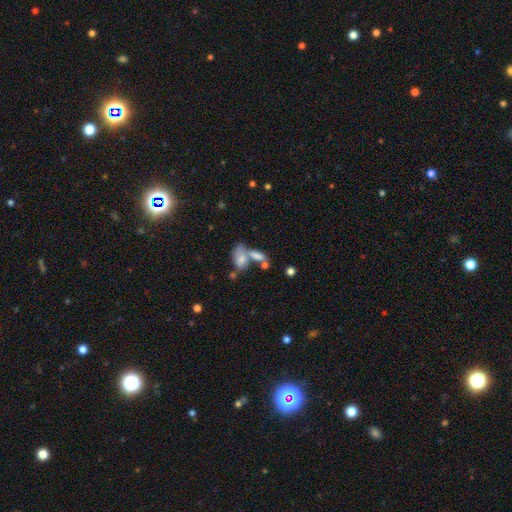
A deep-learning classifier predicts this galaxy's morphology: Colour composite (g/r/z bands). It shows a smooth galaxy with no disk features (68%) that is in between round and cigar-shaped (83%). Merging: merger (53%).